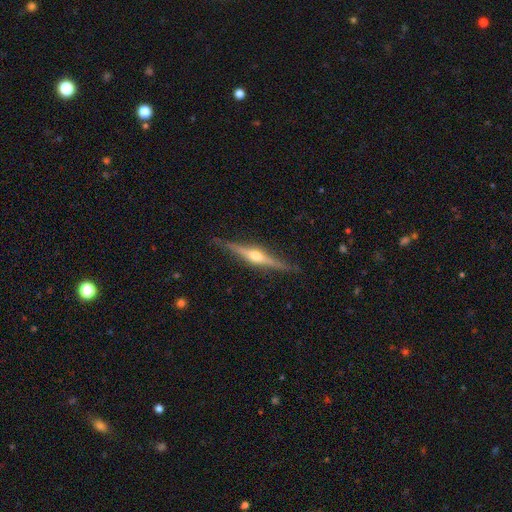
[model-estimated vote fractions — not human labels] Q: Smooth or featured?
A: featured or disk (81%); runner-up: smooth (14%)
Q: Edge-on disk?
A: yes (98%); runner-up: no (2%)
Q: Edge-on bulge?
A: rounded (93%); runner-up: boxy (4%)
Q: Merging?
A: none (88%); runner-up: minor disturbance (9%)